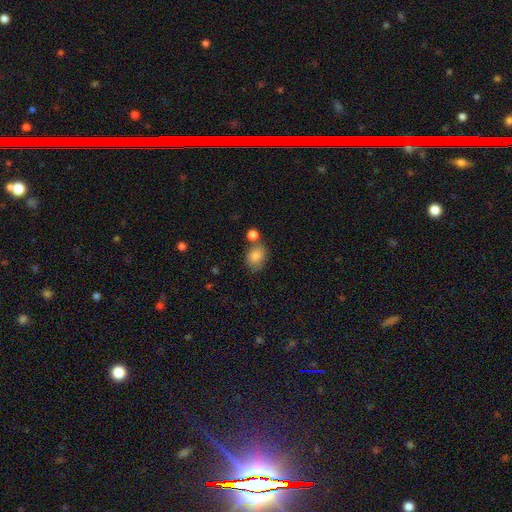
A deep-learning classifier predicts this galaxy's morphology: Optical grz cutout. It shows a smooth galaxy with no disk features (84%) that is in between round and cigar-shaped (61%). Merging: none (58%).